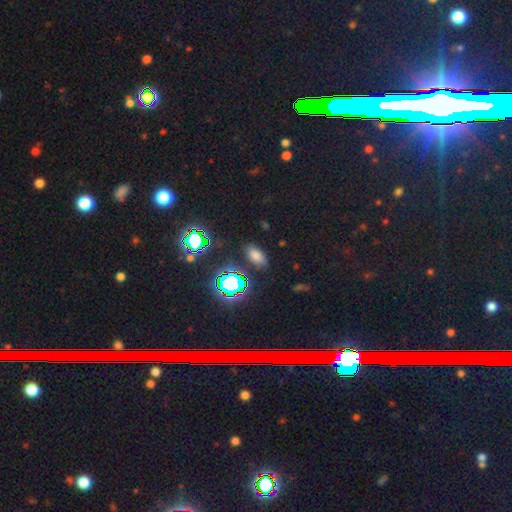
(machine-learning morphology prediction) type=smooth (58%); roundness=in between (88%); merging=none (84%).